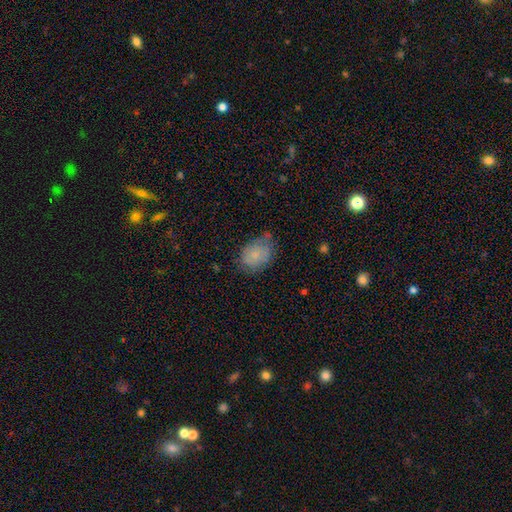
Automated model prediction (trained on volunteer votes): Smooth or featured? smooth (74%)
How rounded? in between (73%)
Merging? none (58%)